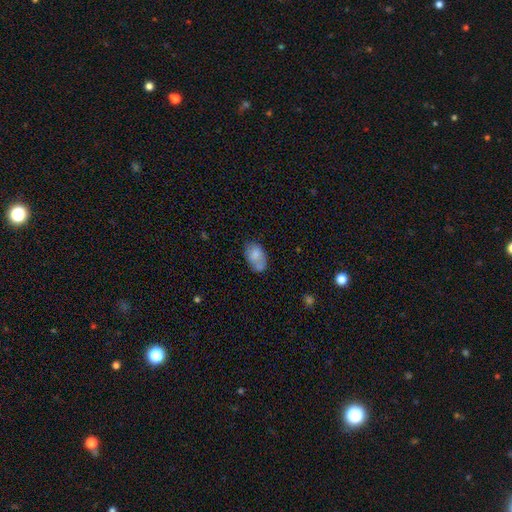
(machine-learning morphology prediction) Q: Smooth or featured?
A: smooth (75%); runner-up: featured or disk (17%)
Q: How rounded?
A: in between (89%); runner-up: round (10%)
Q: Merging?
A: none (52%); runner-up: minor disturbance (26%)